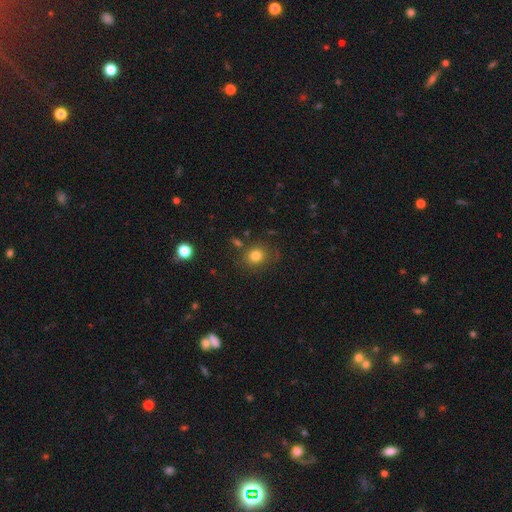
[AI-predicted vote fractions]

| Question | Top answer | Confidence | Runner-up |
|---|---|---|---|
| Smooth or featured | smooth | 80% | star or artifact (12%) |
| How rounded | round | 74% | in between (25%) |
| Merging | none | 77% | minor disturbance (13%) |